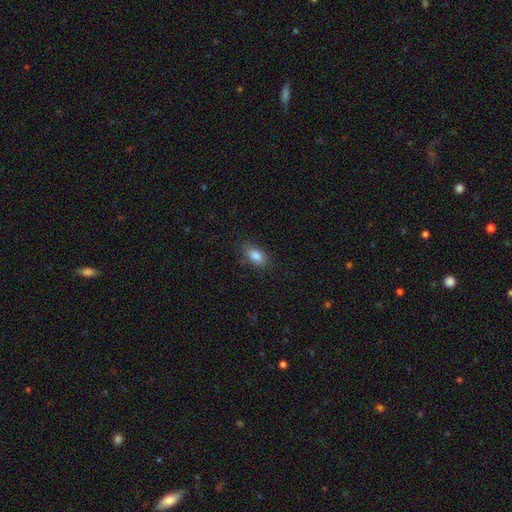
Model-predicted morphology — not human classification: Smooth or featured?
  - smooth: 85% *
  - star or artifact: 8%
  - featured or disk: 6%
How rounded?
  - in between: 89% *
  - round: 7%
  - cigar-shaped: 4%
Merging?
  - none: 81% *
  - minor disturbance: 14%
  - major disturbance: 4%
  - merger: 1%